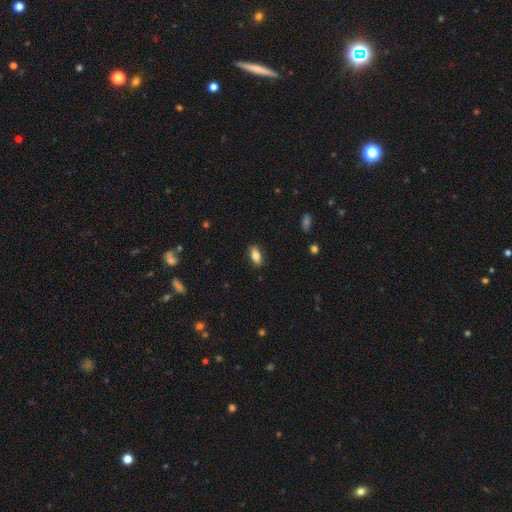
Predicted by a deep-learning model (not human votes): Overall: smooth (80%). How rounded: in between (87%). Merging: none (88%).